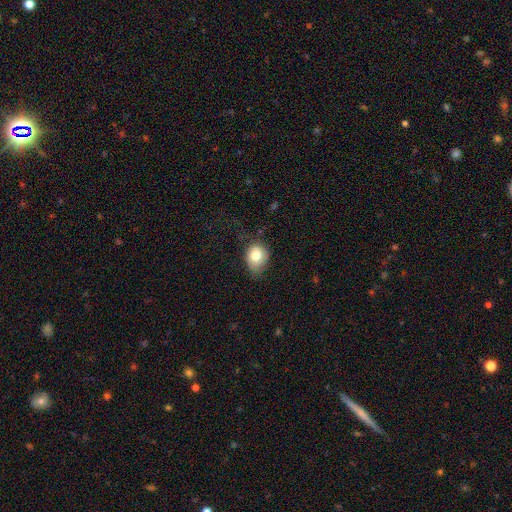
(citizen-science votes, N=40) Overall: smooth (80%). How rounded: round (56%; in between 44%). Merging: none (61%; minor disturbance 31%).